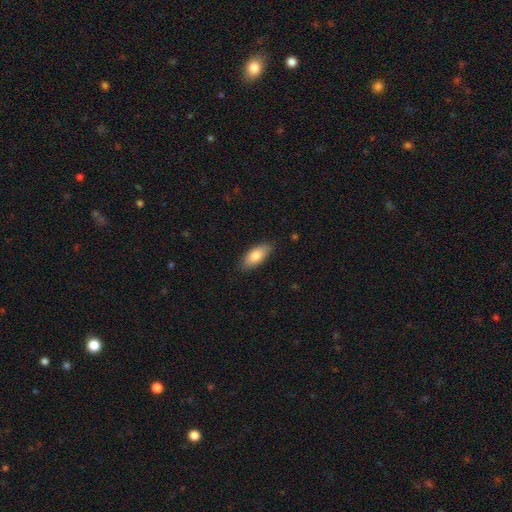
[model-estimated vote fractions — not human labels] Smooth or featured: smooth — 79% (featured or disk — 15%)
How rounded: in between — 83% (cigar-shaped — 15%)
Merging: none — 84% (minor disturbance — 13%)